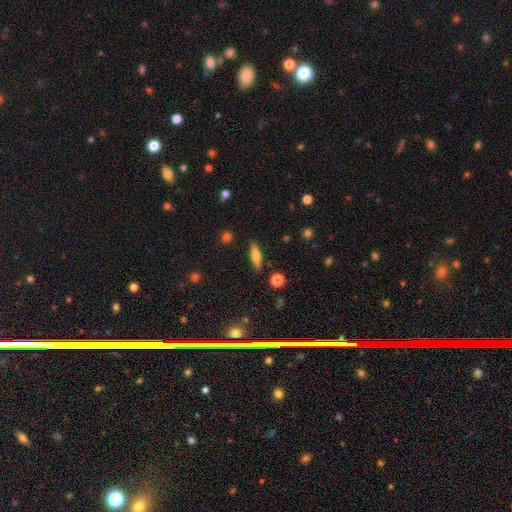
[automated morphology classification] This appears to be a smooth galaxy with no disk features (55%) that is cigar-shaped (66%). Merging: none (87%).